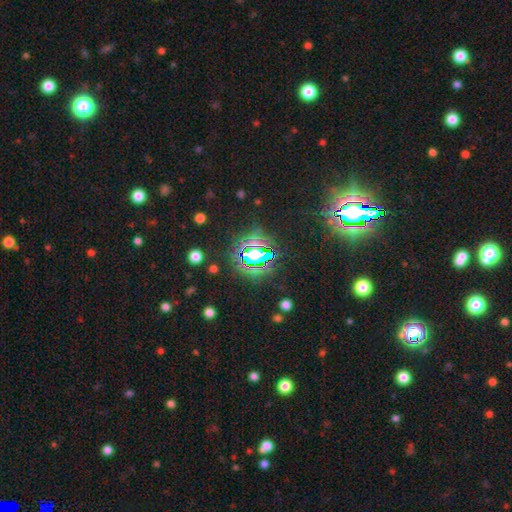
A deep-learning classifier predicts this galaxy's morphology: This appears to be a star or artifact, not a galaxy (75%).